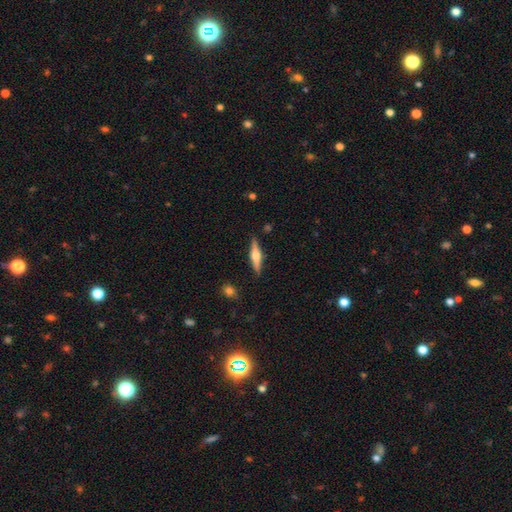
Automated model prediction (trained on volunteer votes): A featured or disk galaxy (61%) viewed edge-on (97%) with a rounded central bulge (88%). Merging: none (88%).